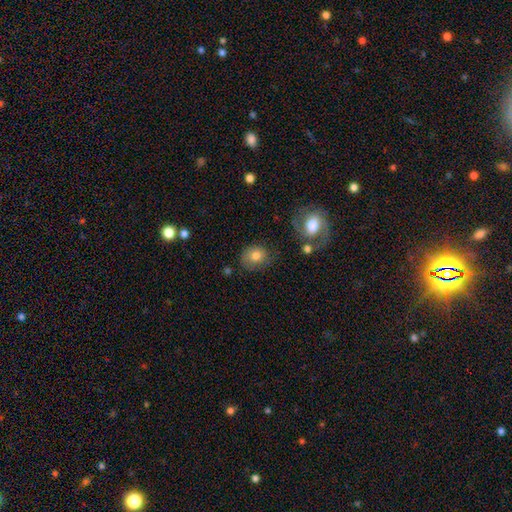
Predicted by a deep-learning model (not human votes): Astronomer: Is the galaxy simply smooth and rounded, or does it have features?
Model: smooth — 75%.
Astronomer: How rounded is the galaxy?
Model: round — 60% (runner-up: in between, 39%).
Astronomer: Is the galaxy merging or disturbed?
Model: none — 70%.